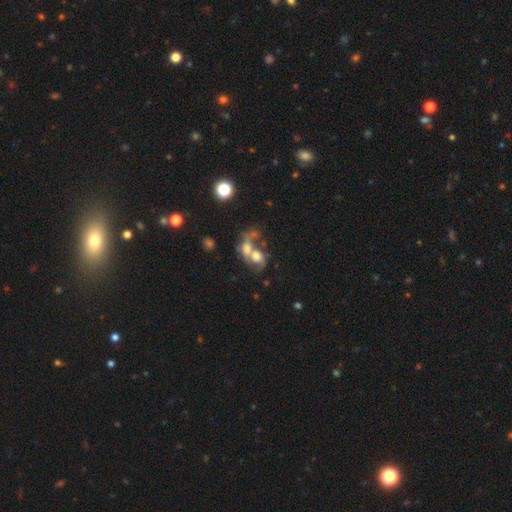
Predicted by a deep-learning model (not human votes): The model was most divided on "smooth or featured": featured or disk: 46%, smooth: 41%, star or artifact: 13%. More confident: merging — merger (70%).